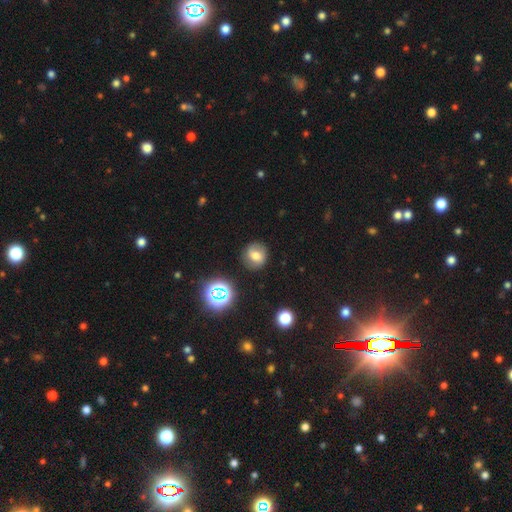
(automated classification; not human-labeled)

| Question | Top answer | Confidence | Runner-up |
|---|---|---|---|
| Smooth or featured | smooth | 59% | featured or disk (25%) |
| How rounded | round | 85% | in between (14%) |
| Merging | none | 83% | minor disturbance (12%) |